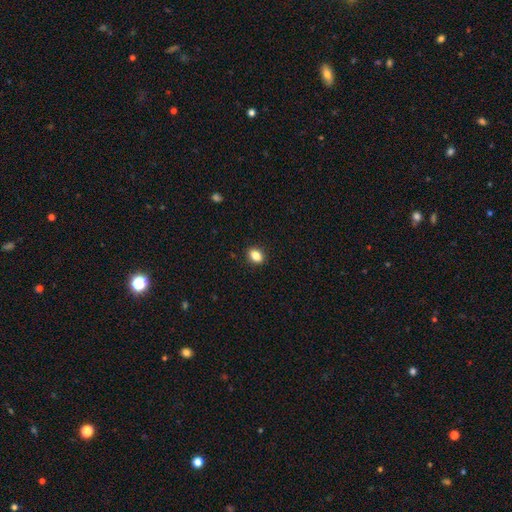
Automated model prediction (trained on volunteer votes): This is clearly a smooth galaxy (85%). How rounded: likely in between (72%). Merging: clearly none (90%).